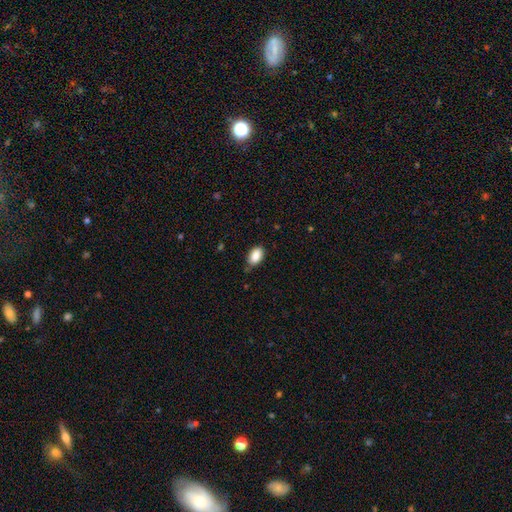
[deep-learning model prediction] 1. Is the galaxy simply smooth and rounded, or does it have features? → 87% smooth, 8% star or artifact, 5% featured or disk.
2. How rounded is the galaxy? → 91% in between, 7% round, 2% cigar-shaped.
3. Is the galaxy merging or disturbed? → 76% none, 20% minor disturbance, 3% major disturbance, 2% merger.